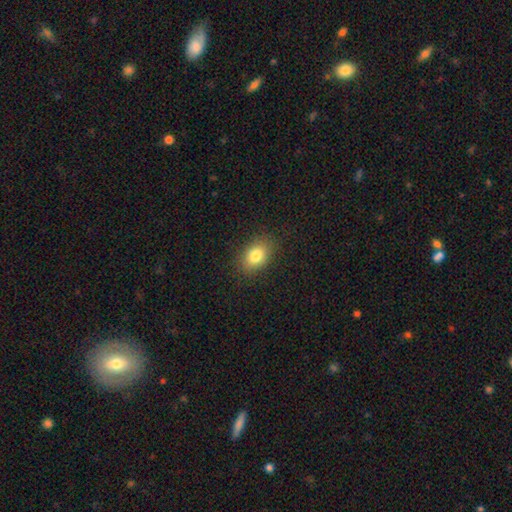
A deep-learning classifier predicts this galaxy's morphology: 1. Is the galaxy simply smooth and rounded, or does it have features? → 82% smooth, 9% star or artifact, 9% featured or disk.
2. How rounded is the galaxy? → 81% in between, 18% round, 2% cigar-shaped.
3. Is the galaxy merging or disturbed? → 86% none, 10% minor disturbance, 3% major disturbance, 1% merger.